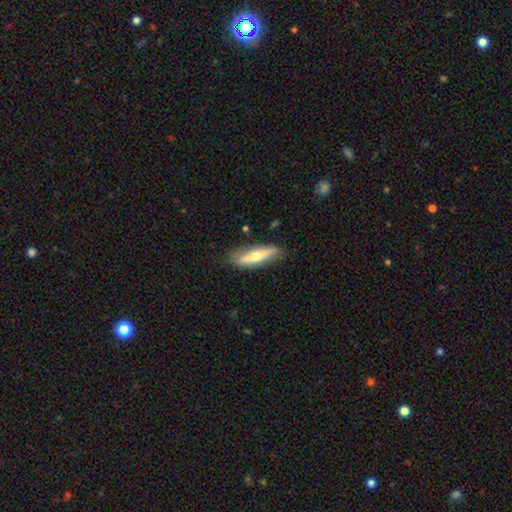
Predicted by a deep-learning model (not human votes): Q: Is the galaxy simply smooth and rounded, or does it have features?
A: smooth — 52%.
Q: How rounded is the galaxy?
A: cigar-shaped — 63%.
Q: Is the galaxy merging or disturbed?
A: none — 79%.